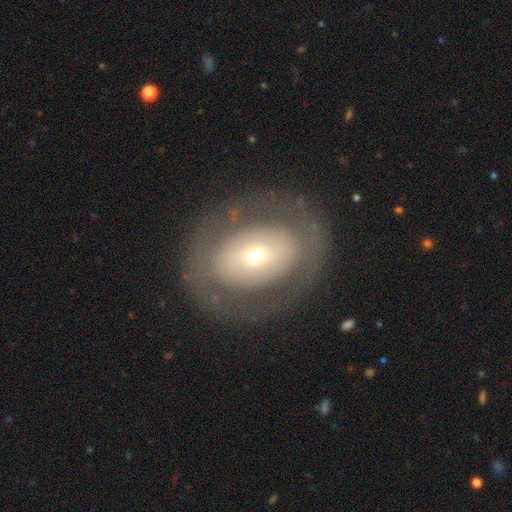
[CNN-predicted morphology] A featured or disk galaxy (56%) with no bar (76%), no spiral arms (78%) and a small central bulge (64%).

Vote fractions:
- Smooth or featured? featured or disk: 56% / smooth: 37% / star or artifact: 8%
- Edge-on disk? no: 93% / yes: 7%
- Bar? no: 76% / weak: 15% / strong: 9%
- Spiral arms? no: 78% / yes: 22%
- Bulge size? small: 64% / moderate: 30% / large: 4% / dominant: 2% / none: 1%
- Merging? none: 77% / minor disturbance: 12% / major disturbance: 10% / merger: 1%